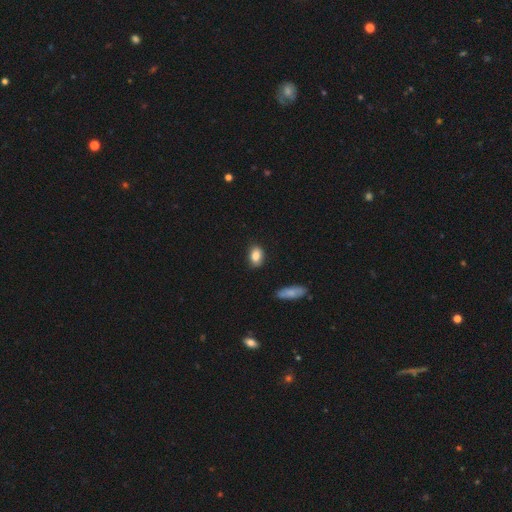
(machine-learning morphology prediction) This appears to be a smooth galaxy with no disk features (84%) that is in between round and cigar-shaped (79%). Merging: none (82%).